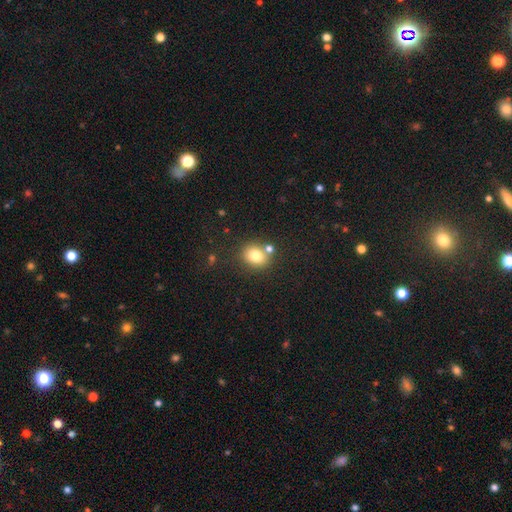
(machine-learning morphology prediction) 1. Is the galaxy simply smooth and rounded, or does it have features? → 79% smooth, 12% star or artifact, 10% featured or disk.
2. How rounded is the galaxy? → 68% round, 31% in between, 1% cigar-shaped.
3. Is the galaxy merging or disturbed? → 68% none, 17% merger, 11% minor disturbance, 3% major disturbance.